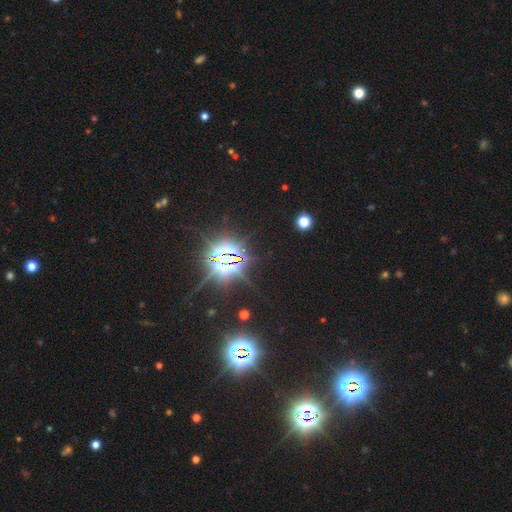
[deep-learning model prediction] Smooth or featured? star or artifact (83%)